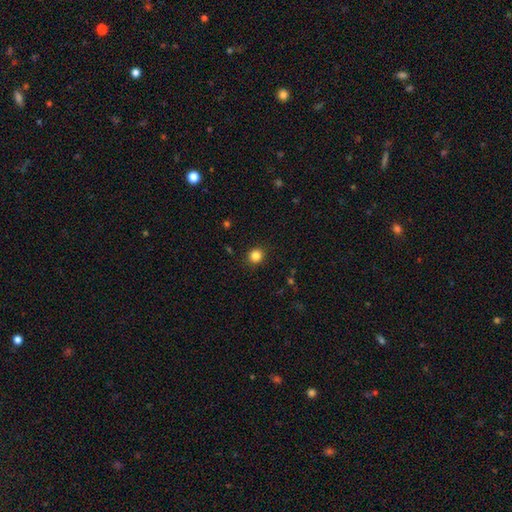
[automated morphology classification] Smooth or featured: smooth — 84% (star or artifact — 12%)
How rounded: round — 85% (in between — 14%)
Merging: none — 91% (minor disturbance — 6%)